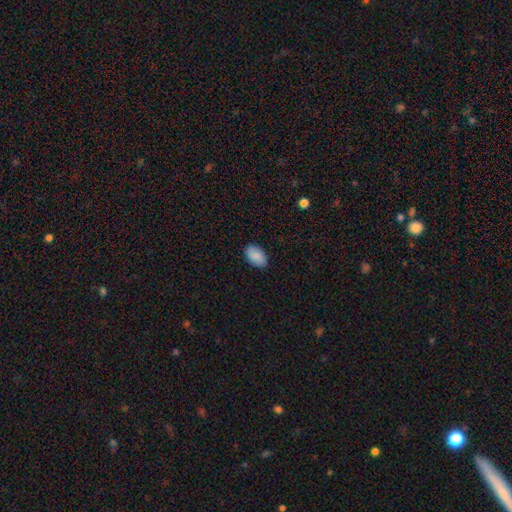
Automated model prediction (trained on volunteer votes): smooth 88%, star or artifact 6%, featured or disk 6%. Down the decision tree: how rounded — in between (93%); merging — none (86%).